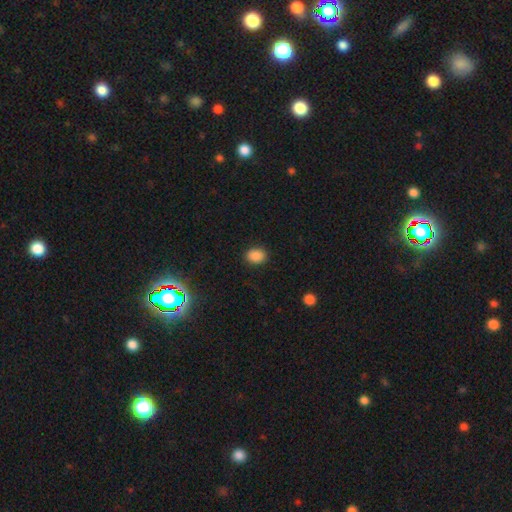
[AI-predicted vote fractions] Morphology: type=smooth (87%); roundness=in between (63%); merging=none (89%).